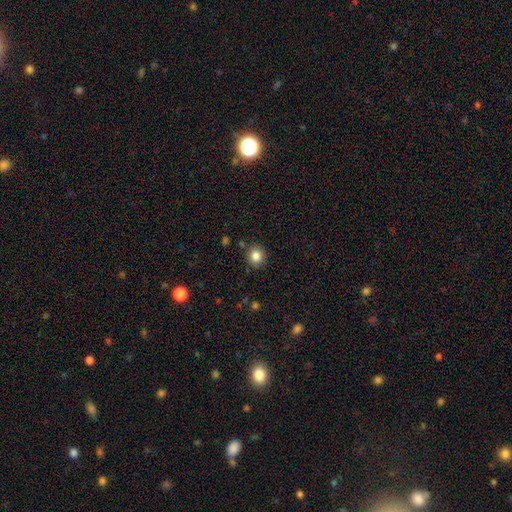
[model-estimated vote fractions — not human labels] Smooth or featured: smooth — 84% (star or artifact — 10%)
How rounded: round — 82% (in between — 17%)
Merging: none — 87% (minor disturbance — 9%)